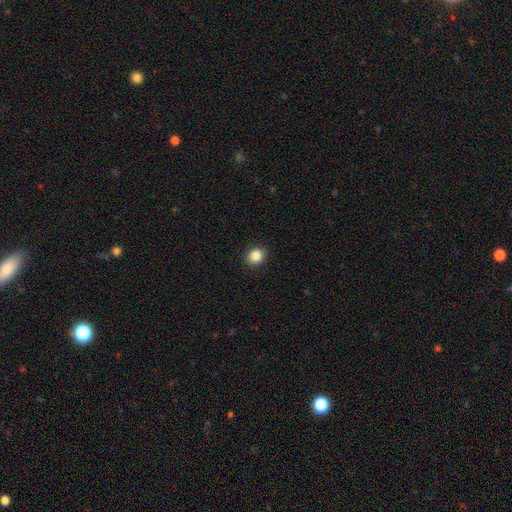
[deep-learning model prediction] smooth_or_featured: smooth (p=0.87) [alt: star or artifact p=0.10]
how_rounded: round (p=0.65) [alt: in between p=0.34]
merging: none (p=0.90) [alt: minor disturbance p=0.07]